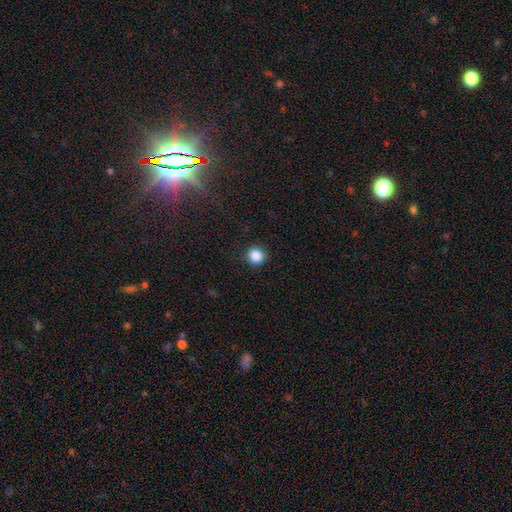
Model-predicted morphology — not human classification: Overall: smooth (87%). How rounded: round (89%). Merging: none (89%).